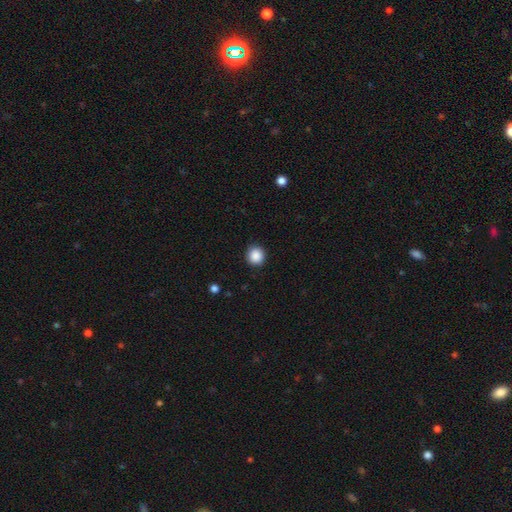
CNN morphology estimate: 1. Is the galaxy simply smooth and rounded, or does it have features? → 88% smooth, 9% star or artifact, 3% featured or disk.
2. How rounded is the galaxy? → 90% round, 9% in between, 1% cigar-shaped.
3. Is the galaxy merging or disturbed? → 90% none, 7% minor disturbance, 2% major disturbance, 1% merger.